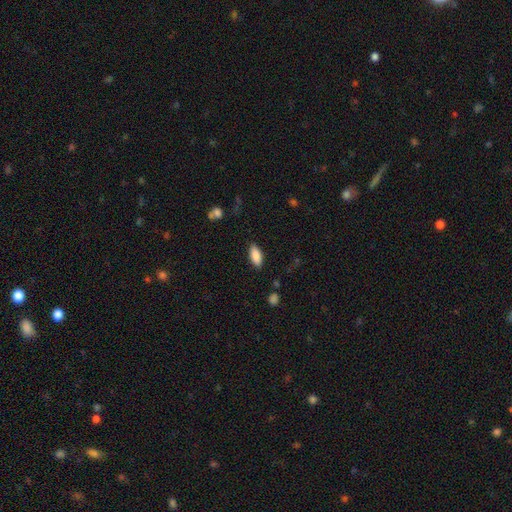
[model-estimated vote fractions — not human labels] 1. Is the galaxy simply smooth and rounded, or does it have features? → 86% smooth, 8% featured or disk, 7% star or artifact.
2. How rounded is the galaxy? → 84% in between, 14% cigar-shaped, 2% round.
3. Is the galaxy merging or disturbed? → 86% none, 10% minor disturbance, 3% major disturbance, 1% merger.